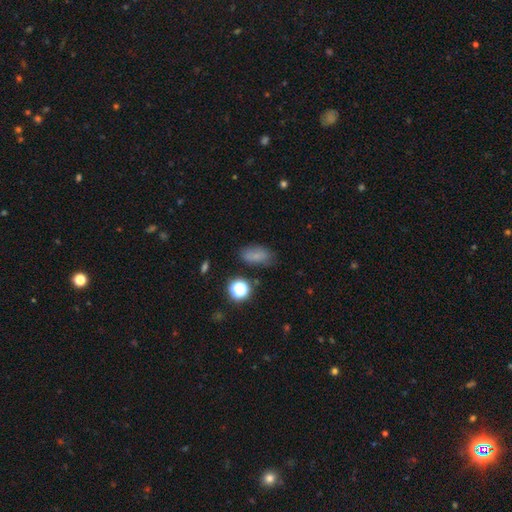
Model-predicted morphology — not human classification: Q: Smooth or featured?
A: smooth (73%); runner-up: star or artifact (16%)
Q: How rounded?
A: in between (85%); runner-up: round (9%)
Q: Merging?
A: none (73%); runner-up: minor disturbance (18%)